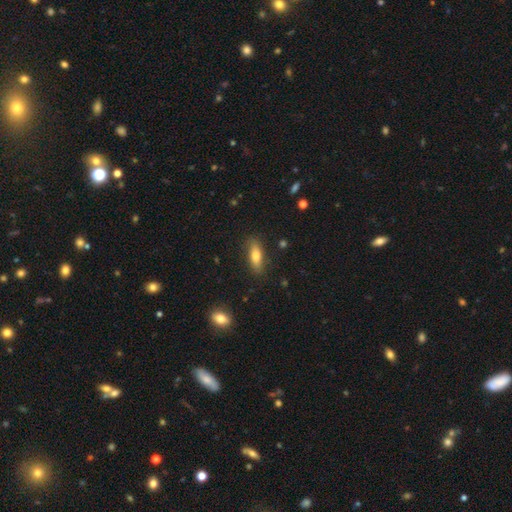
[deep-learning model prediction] A smooth galaxy with no disk features (70%) that is in between round and cigar-shaped (59%). Merging: none (82%).